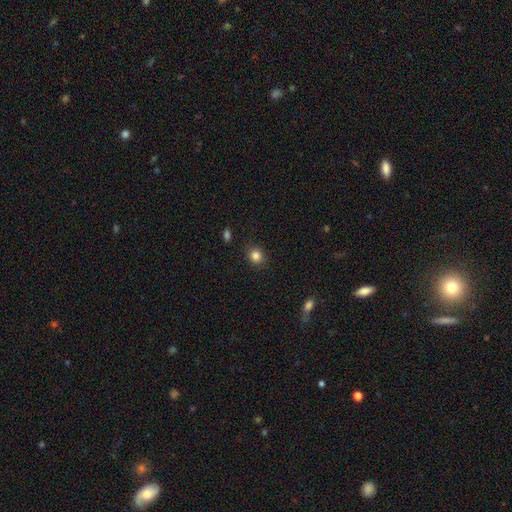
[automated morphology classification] Q: Smooth or featured?
A: smooth (85%); runner-up: star or artifact (11%)
Q: How rounded?
A: round (82%); runner-up: in between (17%)
Q: Merging?
A: none (89%); runner-up: minor disturbance (8%)